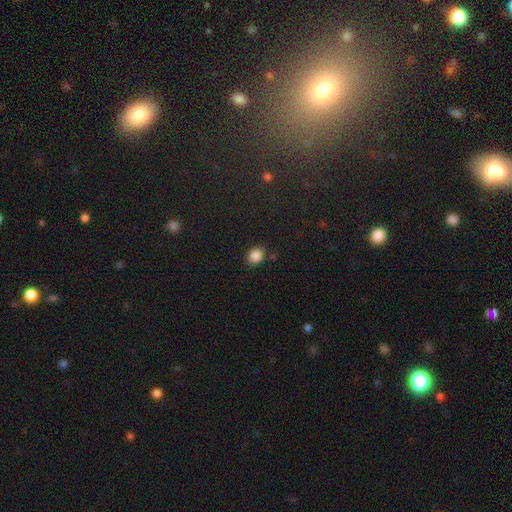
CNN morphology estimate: type=smooth (86%); roundness=round (61%); merging=none (83%).